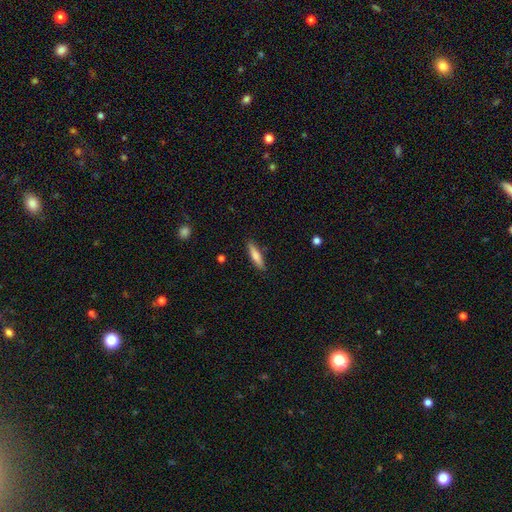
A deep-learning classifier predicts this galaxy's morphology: Smooth or featured: smooth — 75% (featured or disk — 19%)
How rounded: cigar-shaped — 78% (in between — 20%)
Merging: none — 87% (minor disturbance — 10%)